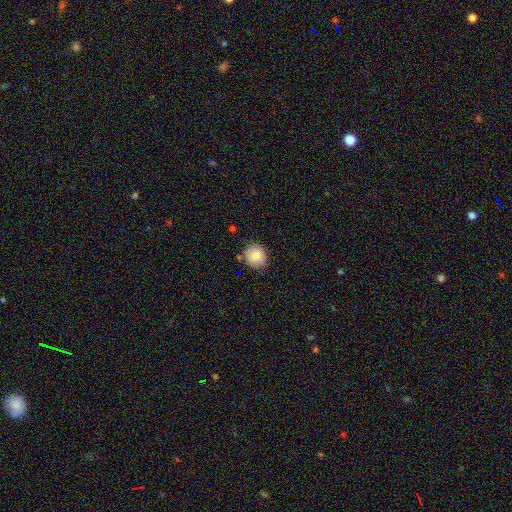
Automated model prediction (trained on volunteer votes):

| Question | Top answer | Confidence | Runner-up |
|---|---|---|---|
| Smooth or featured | smooth | 83% | featured or disk (9%) |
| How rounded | round | 79% | in between (20%) |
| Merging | none | 79% | minor disturbance (16%) |